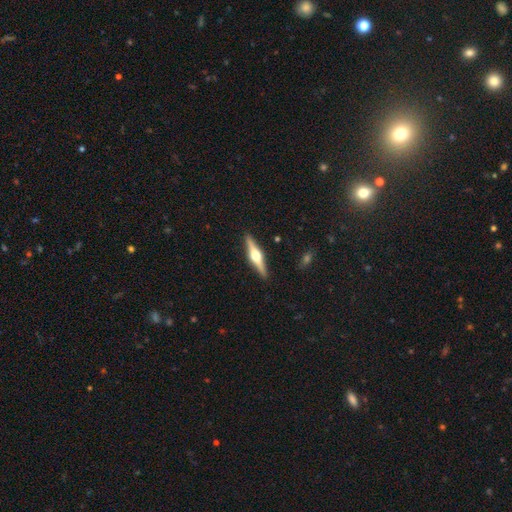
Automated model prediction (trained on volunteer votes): A featured or disk galaxy (74%) viewed edge-on (98%) with a rounded central bulge (95%). Merging: none (91%).